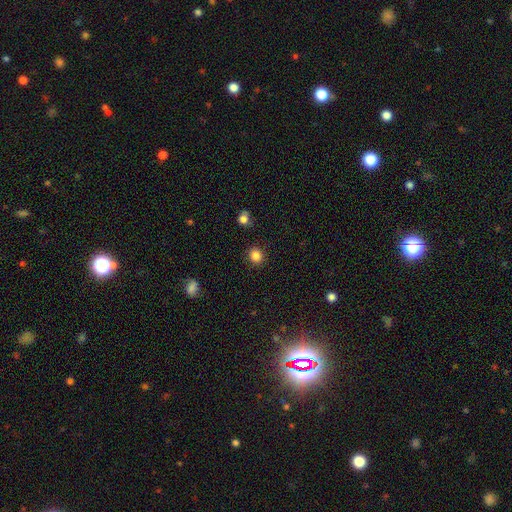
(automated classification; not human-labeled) A smooth galaxy with no disk features (85%) that is round (79%).

Vote fractions:
- Smooth or featured? smooth: 85% / star or artifact: 11% / featured or disk: 4%
- How rounded? round: 79% / in between: 20% / cigar-shaped: 1%
- Merging? none: 89% / minor disturbance: 7% / major disturbance: 2% / merger: 2%